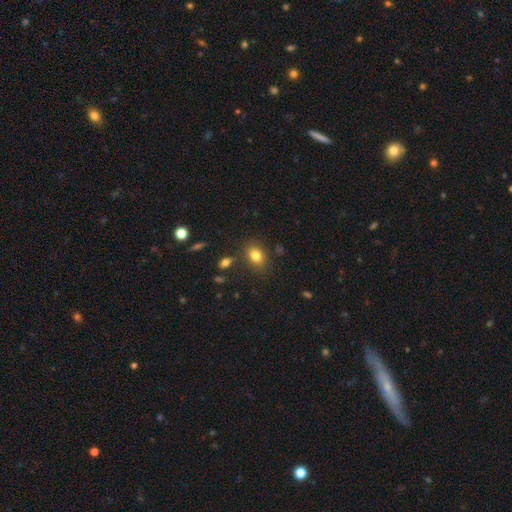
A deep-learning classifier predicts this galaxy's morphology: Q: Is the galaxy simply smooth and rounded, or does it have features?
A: smooth — 81%.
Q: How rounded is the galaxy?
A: in between — 63%.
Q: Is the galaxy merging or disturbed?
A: none — 81%.